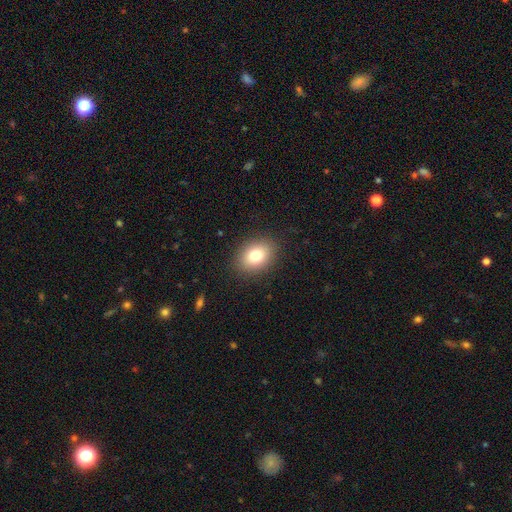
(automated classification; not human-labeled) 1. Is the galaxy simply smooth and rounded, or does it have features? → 80% smooth, 10% featured or disk, 10% star or artifact.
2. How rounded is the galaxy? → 69% in between, 30% round, 1% cigar-shaped.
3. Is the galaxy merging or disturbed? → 88% none, 8% minor disturbance, 3% major disturbance, 1% merger.